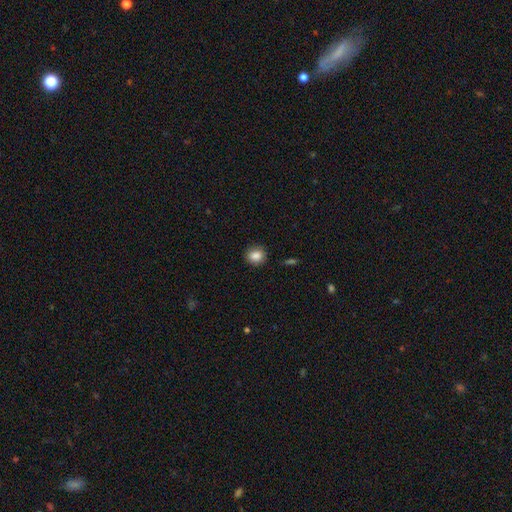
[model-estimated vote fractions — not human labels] Smooth or featured?
  - smooth: 86% *
  - star or artifact: 9%
  - featured or disk: 5%
How rounded?
  - round: 74% *
  - in between: 25%
  - cigar-shaped: 1%
Merging?
  - none: 87% *
  - minor disturbance: 9%
  - major disturbance: 2%
  - merger: 1%